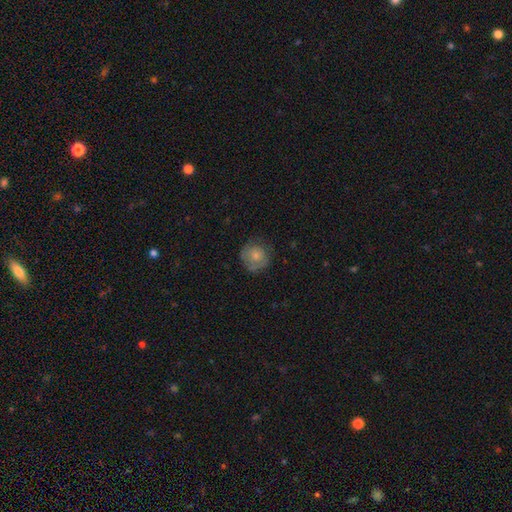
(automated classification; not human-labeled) This appears to be a smooth galaxy with no disk features (72%) that is round (89%). Merging: none (69%).